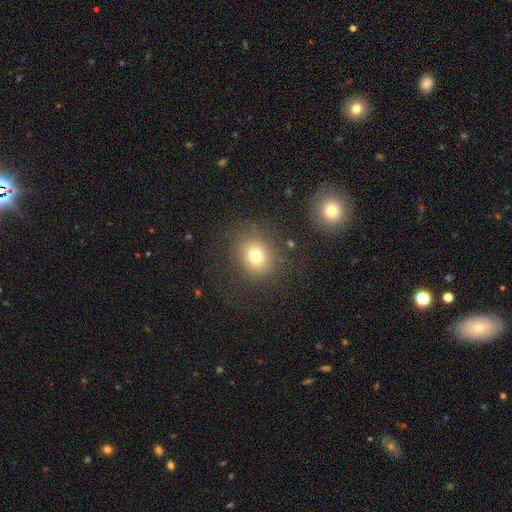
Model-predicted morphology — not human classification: Smooth or featured? smooth (73%)
How rounded? round (71%)
Merging? none (80%)